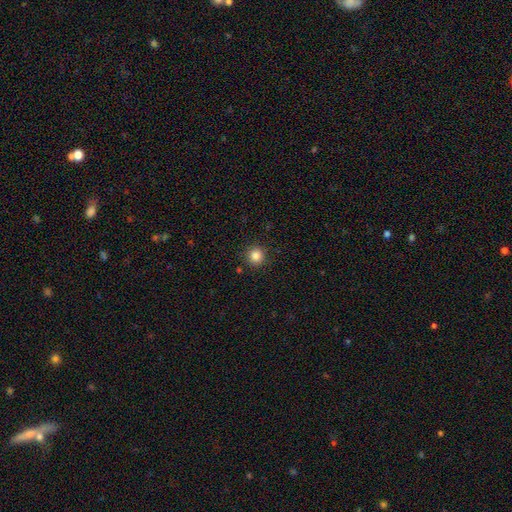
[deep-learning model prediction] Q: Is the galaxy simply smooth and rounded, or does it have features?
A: smooth — 84%.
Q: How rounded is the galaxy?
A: round — 95%.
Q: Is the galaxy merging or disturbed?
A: none — 91%.